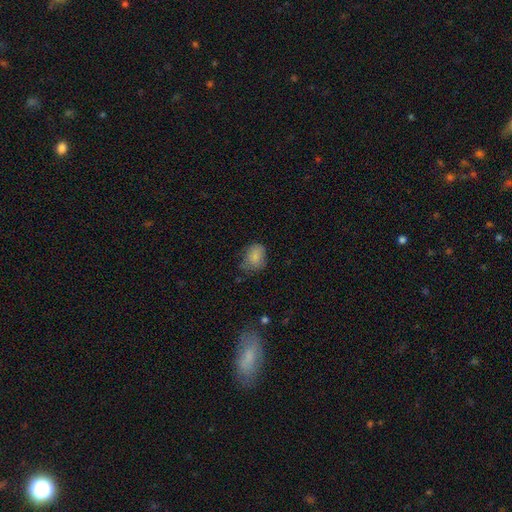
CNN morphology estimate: smooth_or_featured: smooth (p=0.83) [alt: star or artifact p=0.09]
how_rounded: in between (p=0.61) [alt: round p=0.38]
merging: none (p=0.54) [alt: minor disturbance p=0.34]